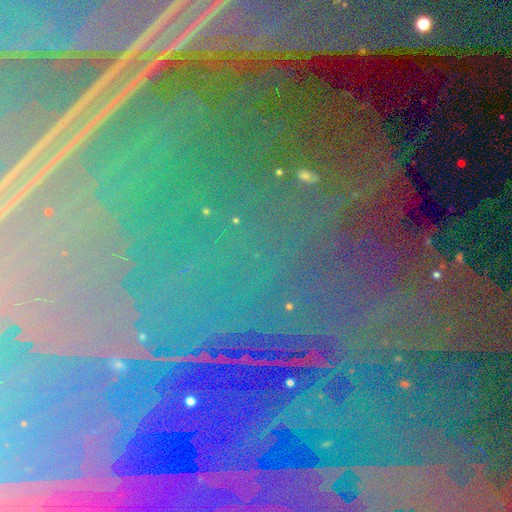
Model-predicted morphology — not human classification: This is clearly a star or artifact rather than a galaxy (84%).